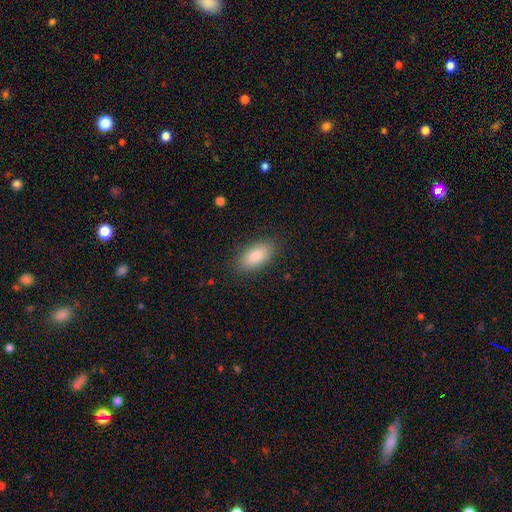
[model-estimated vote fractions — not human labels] A smooth galaxy with no disk features (85%) that is in between round and cigar-shaped (91%).

Vote fractions:
- Smooth or featured? smooth: 85% / featured or disk: 8% / star or artifact: 7%
- How rounded? in between: 91% / cigar-shaped: 5% / round: 4%
- Merging? none: 87% / minor disturbance: 9% / major disturbance: 3% / merger: 1%